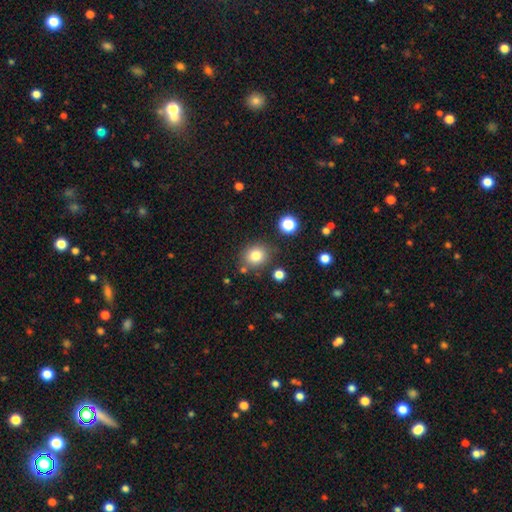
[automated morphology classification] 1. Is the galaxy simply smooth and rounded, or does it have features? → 81% smooth, 12% star or artifact, 8% featured or disk.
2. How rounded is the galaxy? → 78% round, 21% in between, 1% cigar-shaped.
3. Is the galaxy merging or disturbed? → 79% none, 11% minor disturbance, 6% merger, 4% major disturbance.